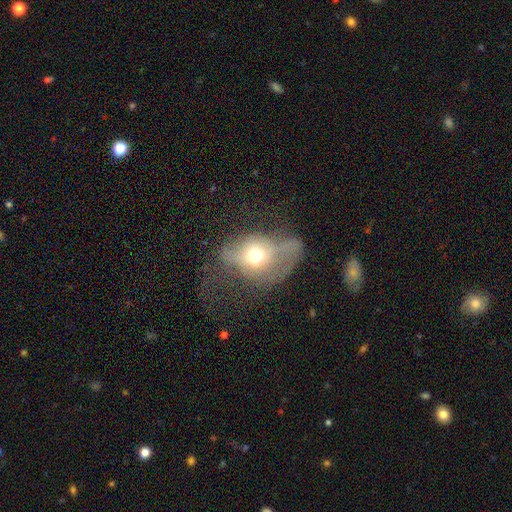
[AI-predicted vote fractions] Q: Smooth or featured?
A: smooth (51%); runner-up: featured or disk (39%)
Q: How rounded?
A: in between (55%); runner-up: round (43%)
Q: Merging?
A: major disturbance (56%); runner-up: minor disturbance (20%)